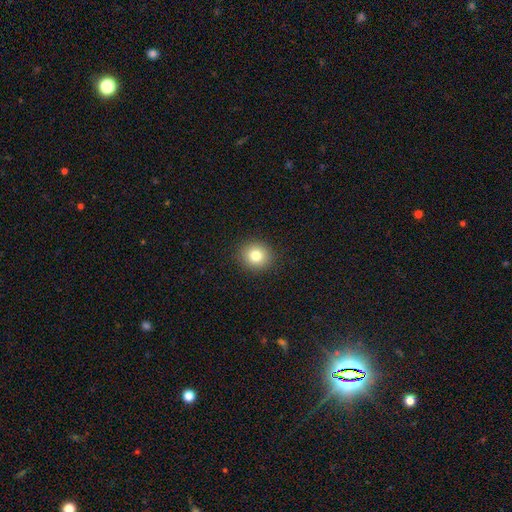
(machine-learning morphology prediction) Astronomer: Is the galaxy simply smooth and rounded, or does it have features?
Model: smooth — 80%.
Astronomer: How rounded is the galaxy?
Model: round — 87%.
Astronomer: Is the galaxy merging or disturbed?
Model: none — 91%.